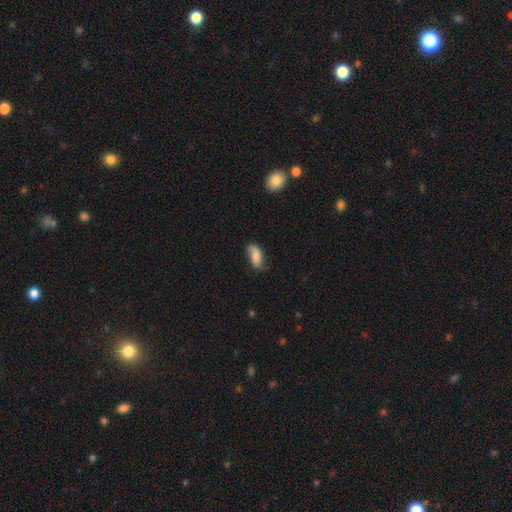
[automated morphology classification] smooth 72%, featured or disk 21%, star or artifact 8%. Down the decision tree: how rounded — in between (81%); merging — none (61%).